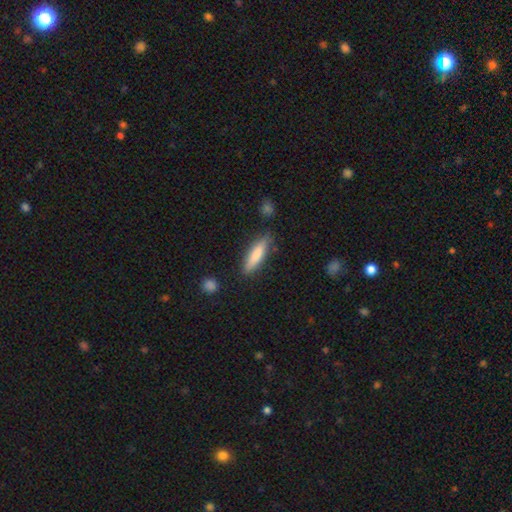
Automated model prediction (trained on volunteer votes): A smooth galaxy with no disk features (76%) that is cigar-shaped (73%). Merging: none (83%).